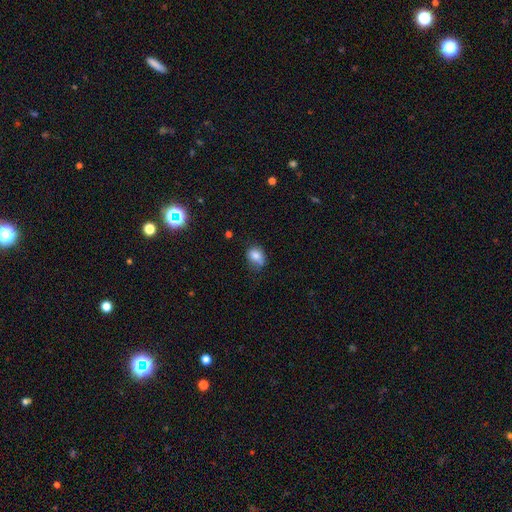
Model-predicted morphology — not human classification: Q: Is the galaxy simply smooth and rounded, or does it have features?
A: smooth — 79%.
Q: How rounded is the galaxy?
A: in between — 58%.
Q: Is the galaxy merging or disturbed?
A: none — 49%.